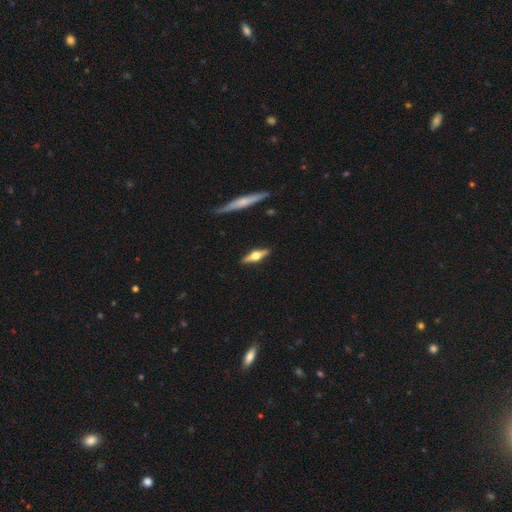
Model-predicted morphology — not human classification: featured or disk 66%, smooth 28%, star or artifact 6%. Down the decision tree: edge-on disk — yes (95%); edge-on bulge — rounded (95%); merging — none (88%).